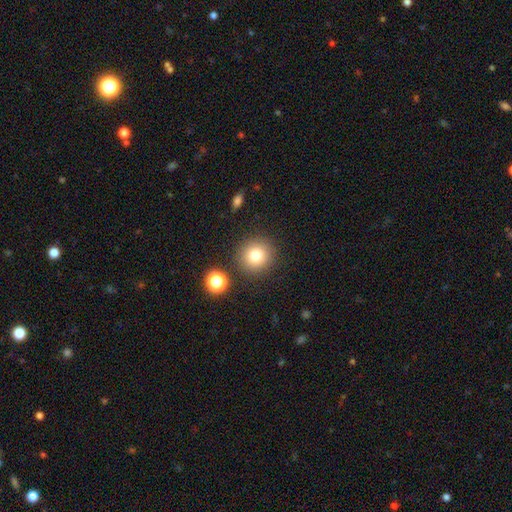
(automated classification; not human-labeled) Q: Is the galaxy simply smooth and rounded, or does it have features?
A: smooth — 79%.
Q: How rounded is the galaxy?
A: round — 92%.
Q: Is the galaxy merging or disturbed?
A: none — 87%.